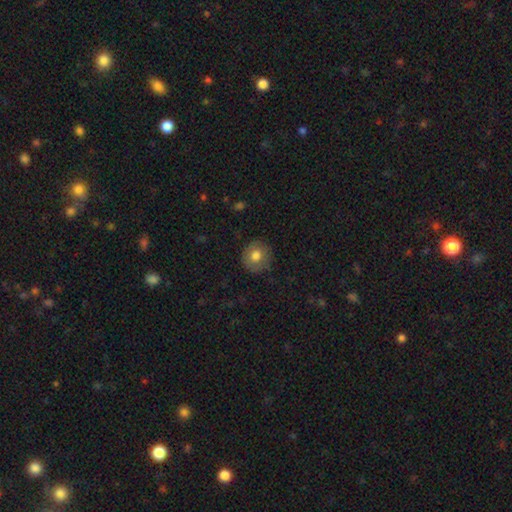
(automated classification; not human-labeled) Overall: smooth (75%). How rounded: round (91%). Merging: none (84%).